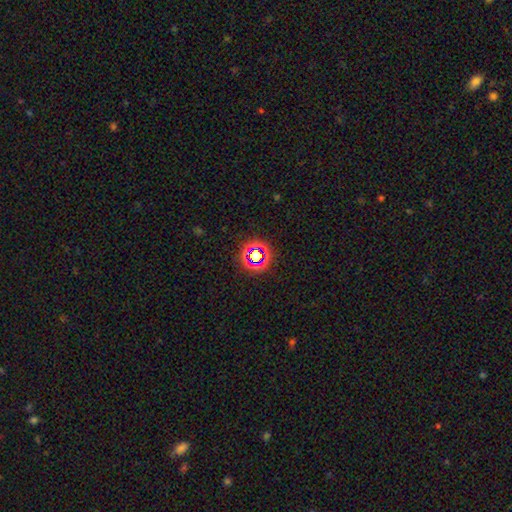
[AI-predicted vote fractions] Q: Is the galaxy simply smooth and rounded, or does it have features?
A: star or artifact — 62%.